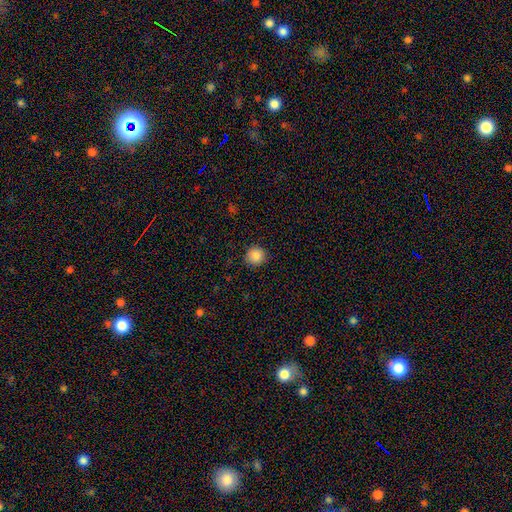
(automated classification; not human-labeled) This is clearly a smooth galaxy (86%). How rounded: clearly round (93%). Merging: clearly none (90%).